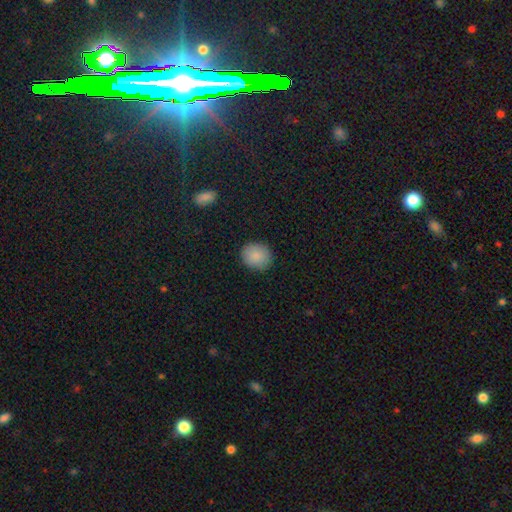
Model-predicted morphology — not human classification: Smooth or featured: smooth — 87% (star or artifact — 8%)
How rounded: round — 74% (in between — 25%)
Merging: none — 88% (minor disturbance — 9%)